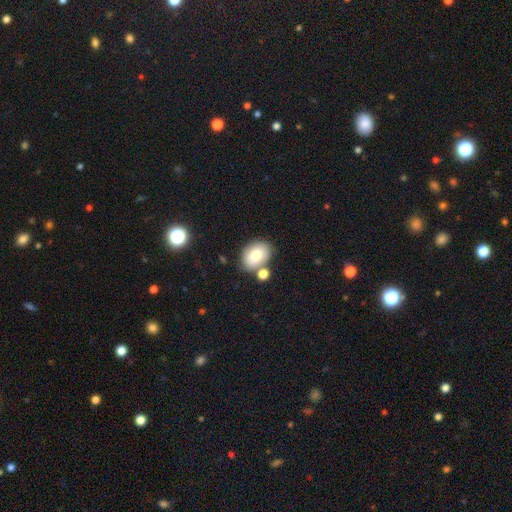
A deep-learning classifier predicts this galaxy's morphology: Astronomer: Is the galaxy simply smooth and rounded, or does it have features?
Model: smooth — 75%.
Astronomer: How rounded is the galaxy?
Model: in between — 63%.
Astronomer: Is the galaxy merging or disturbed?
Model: none — 67%.